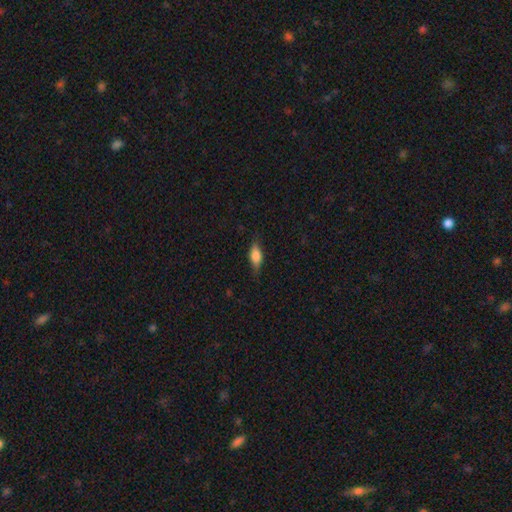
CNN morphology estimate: This appears to be a smooth galaxy with no disk features (69%) that is in between round and cigar-shaped (75%). Merging: none (76%).